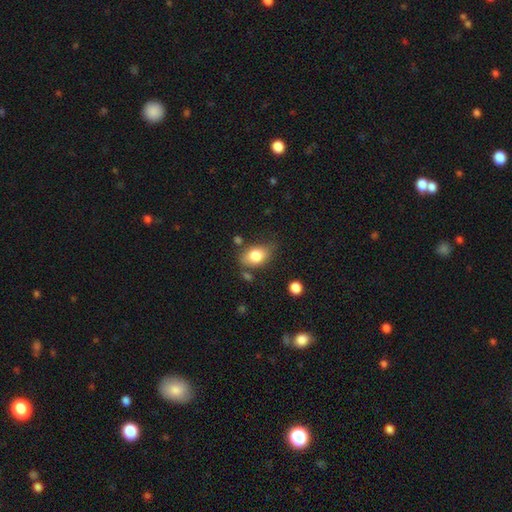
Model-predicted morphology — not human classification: A smooth galaxy with no disk features (79%) that is in between round and cigar-shaped (81%). Merging: none (65%).